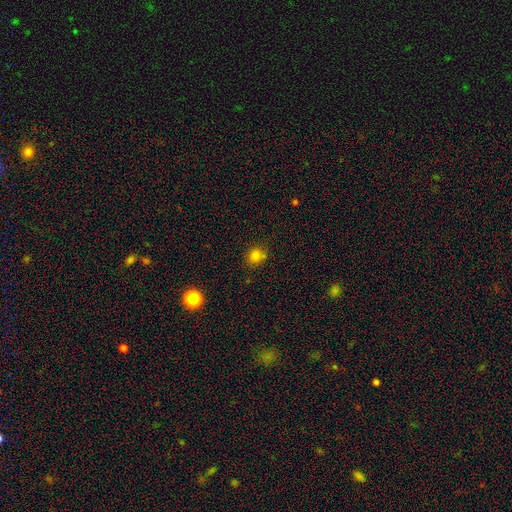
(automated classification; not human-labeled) Morphology: type=smooth (80%); roundness=round (75%); merging=none (73%).